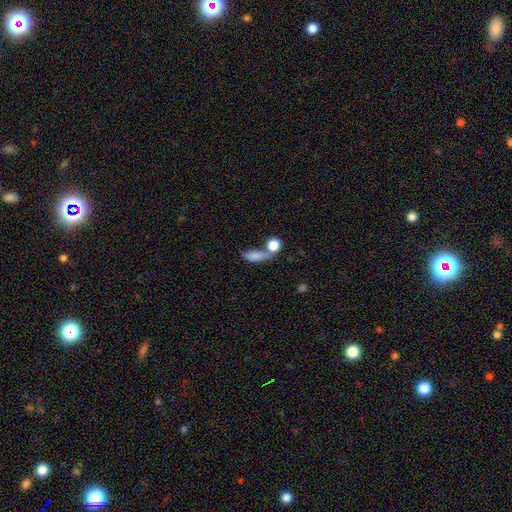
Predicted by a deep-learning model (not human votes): Smooth or featured: smooth — 78% (featured or disk — 11%)
How rounded: in between — 58% (cigar-shaped — 27%)
Merging: none — 38% (merger — 35%)